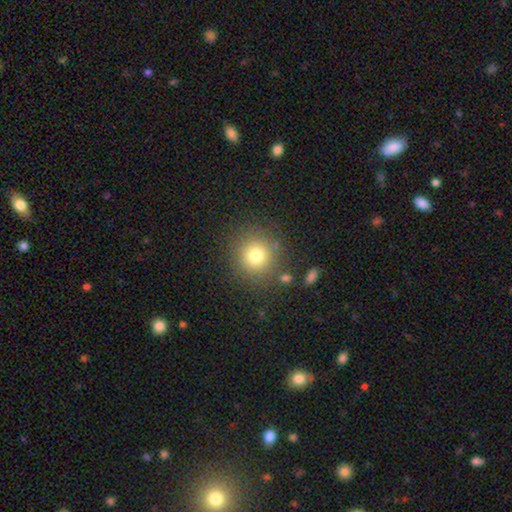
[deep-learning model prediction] A smooth galaxy with no disk features (76%) that is round (92%). Merging: none (84%).